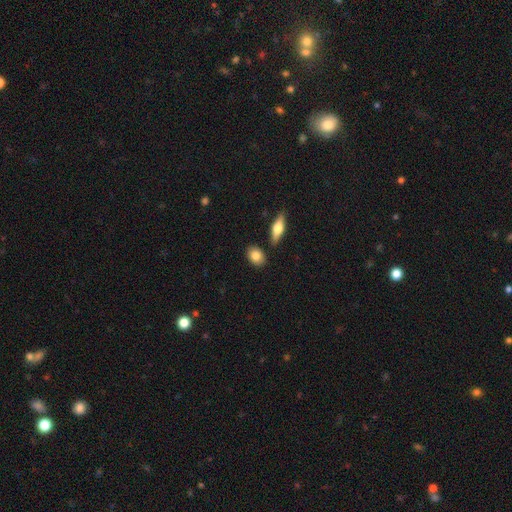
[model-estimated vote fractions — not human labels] This is clearly a smooth galaxy (83%). How rounded: likely in between (71%). Merging: clearly none (83%).